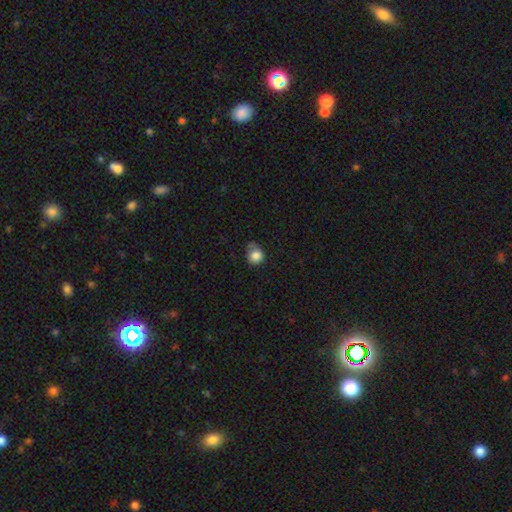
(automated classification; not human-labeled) smooth-or-featured: smooth: 84% | star or artifact: 9% | featured or disk: 7%
  how-rounded: round: 78% | in between: 21% | cigar-shaped: 1%
  merging: none: 46% | minor disturbance: 38% | major disturbance: 13% | merger: 4%